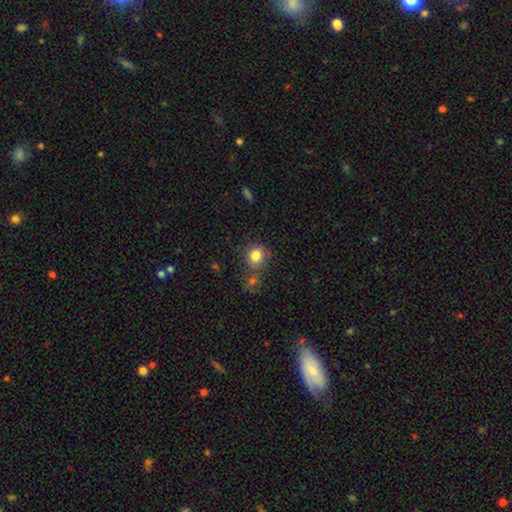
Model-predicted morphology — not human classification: smooth-or-featured: smooth: 83% | star or artifact: 11% | featured or disk: 7%
  how-rounded: round: 78% | in between: 21% | cigar-shaped: 1%
  merging: none: 64% | merger: 17% | minor disturbance: 14% | major disturbance: 5%